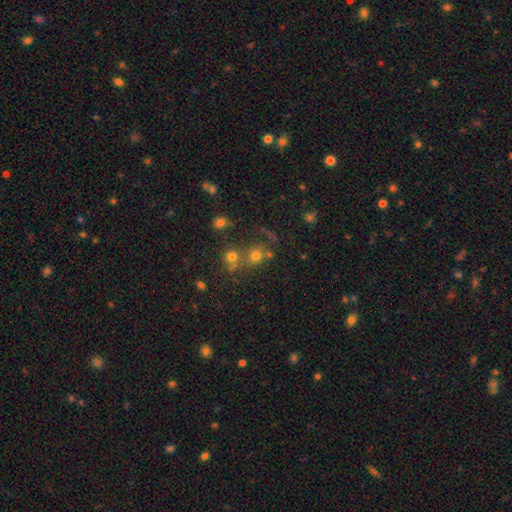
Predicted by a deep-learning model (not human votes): A smooth galaxy with no disk features (66%) that is round (84%).

Vote fractions:
- Smooth or featured? smooth: 66% / star or artifact: 23% / featured or disk: 12%
- How rounded? round: 84% / in between: 15% / cigar-shaped: 1%
- Merging? none: 54% / merger: 32% / minor disturbance: 9% / major disturbance: 6%